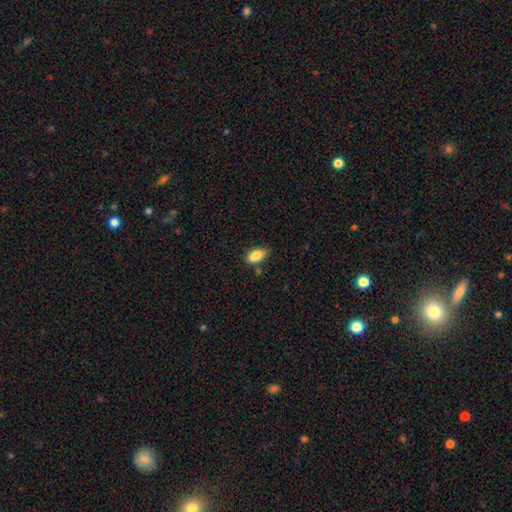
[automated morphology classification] This is clearly a smooth galaxy (87%). How rounded: clearly in between (90%). Merging: likely none (72%).